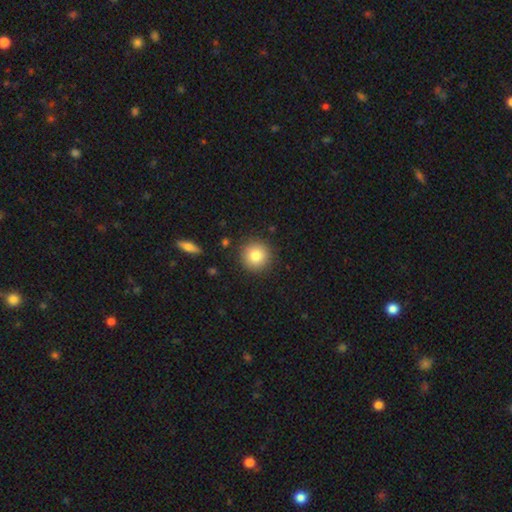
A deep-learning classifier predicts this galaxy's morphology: smooth-or-featured: smooth: 83% | star or artifact: 9% | featured or disk: 8%
  how-rounded: round: 94% | in between: 5% | cigar-shaped: 1%
  merging: none: 90% | minor disturbance: 6% | major disturbance: 2% | merger: 2%